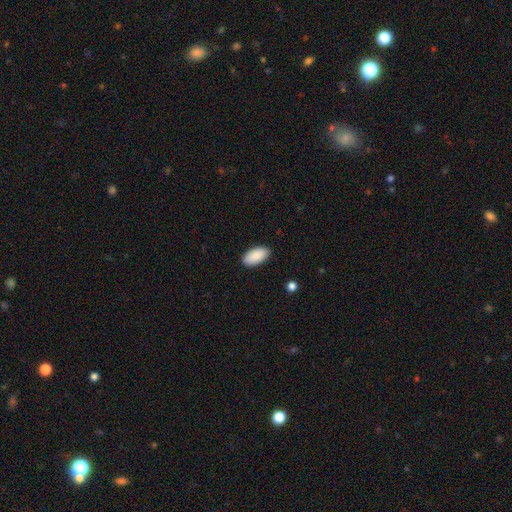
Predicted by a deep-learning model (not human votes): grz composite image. It shows a smooth galaxy with no disk features (90%) that is in between round and cigar-shaped (95%). Merging: none (90%).